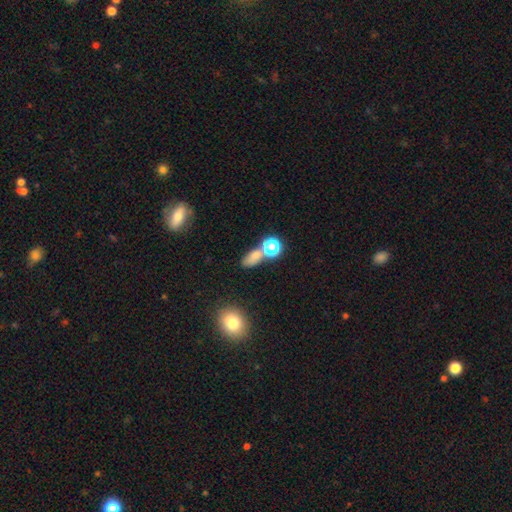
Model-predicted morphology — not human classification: A smooth galaxy with no disk features (67%) that is in between round and cigar-shaped (65%).

Vote fractions:
- Smooth or featured? smooth: 67% / star or artifact: 23% / featured or disk: 10%
- How rounded? in between: 65% / round: 27% / cigar-shaped: 8%
- Merging? none: 51% / merger: 29% / minor disturbance: 13% / major disturbance: 7%